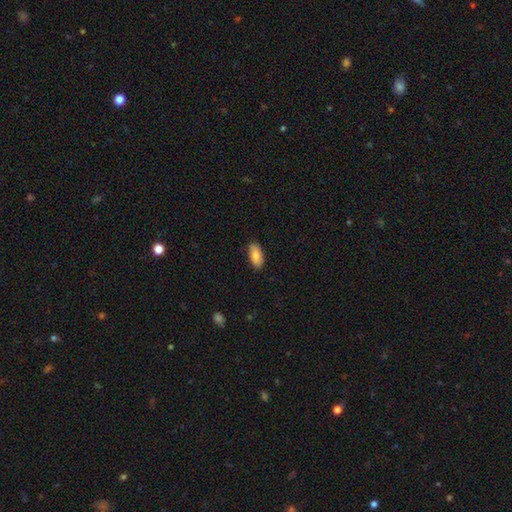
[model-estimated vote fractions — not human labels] Smooth or featured? Predicted: smooth (p=0.82). How rounded? Predicted: in between (p=0.91). Merging? Predicted: none (p=0.85).